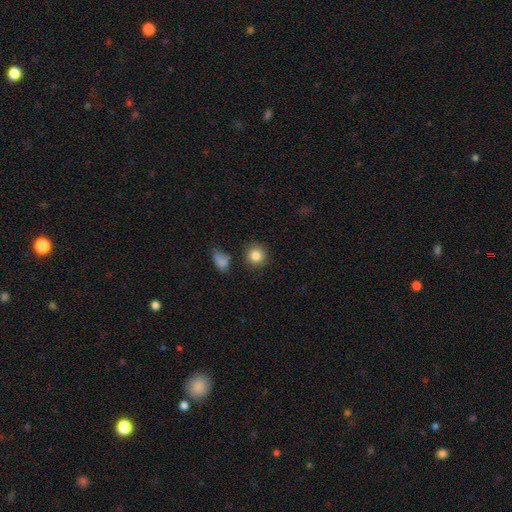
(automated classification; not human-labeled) Smooth or featured?
  - smooth: 84% *
  - star or artifact: 9%
  - featured or disk: 7%
How rounded?
  - round: 89% *
  - in between: 10%
  - cigar-shaped: 1%
Merging?
  - none: 82% *
  - minor disturbance: 11%
  - merger: 4%
  - major disturbance: 3%